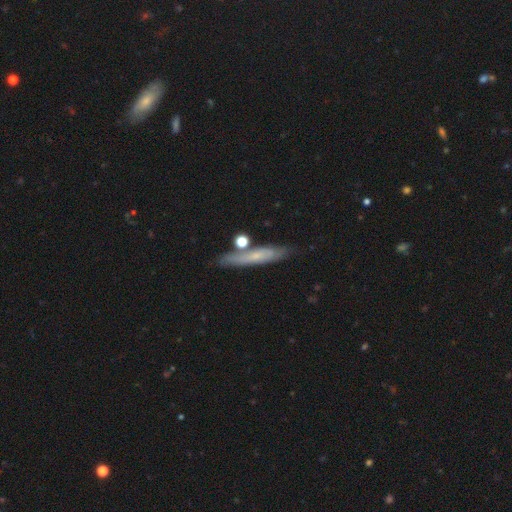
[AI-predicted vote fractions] Smooth or featured?
  - smooth: 51% *
  - featured or disk: 41%
  - star or artifact: 8%
How rounded?
  - cigar-shaped: 86% *
  - in between: 11%
  - round: 3%
Merging?
  - none: 74% *
  - minor disturbance: 15%
  - merger: 7%
  - major disturbance: 4%